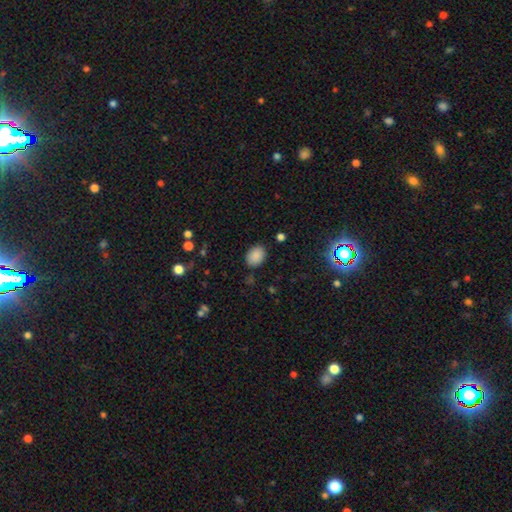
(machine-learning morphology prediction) A smooth galaxy with no disk features (87%) that is in between round and cigar-shaped (73%).

Vote fractions:
- Smooth or featured? smooth: 87% / star or artifact: 10% / featured or disk: 4%
- How rounded? in between: 73% / round: 26% / cigar-shaped: 1%
- Merging? none: 84% / minor disturbance: 11% / major disturbance: 3% / merger: 2%